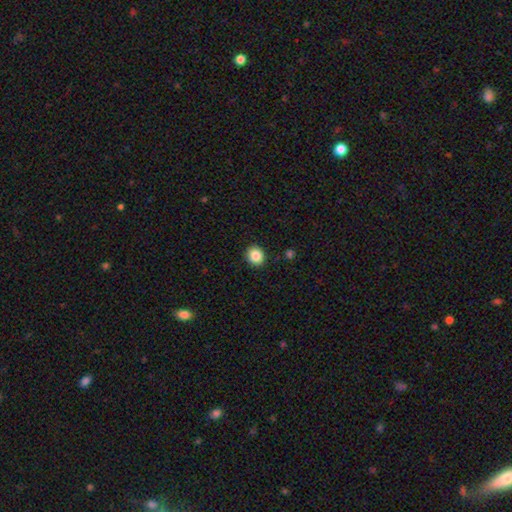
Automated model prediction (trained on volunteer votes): smooth 86%, star or artifact 10%, featured or disk 4%. Down the decision tree: how rounded — round (81%); merging — none (91%).